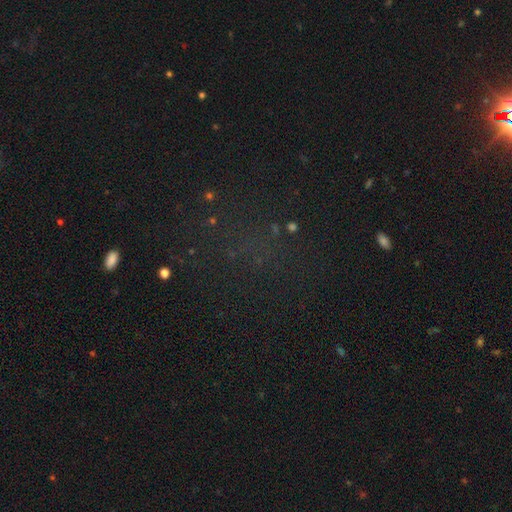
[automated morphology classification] Smooth or featured? Predicted: star or artifact (p=0.61).